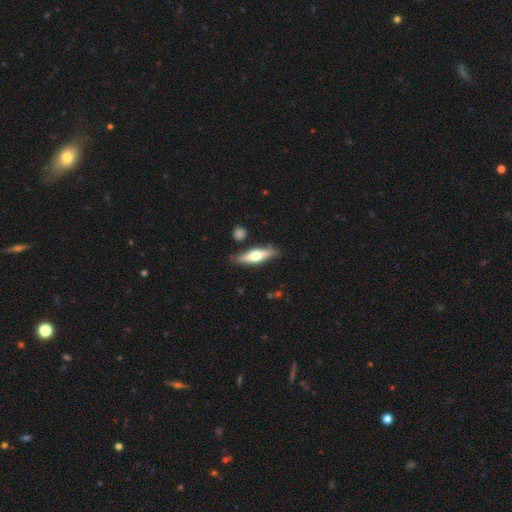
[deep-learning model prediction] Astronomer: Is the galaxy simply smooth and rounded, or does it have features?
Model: featured or disk — 51% (runner-up: smooth, 43%).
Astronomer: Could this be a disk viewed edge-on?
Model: yes — 91%.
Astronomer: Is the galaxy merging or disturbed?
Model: none — 82%.